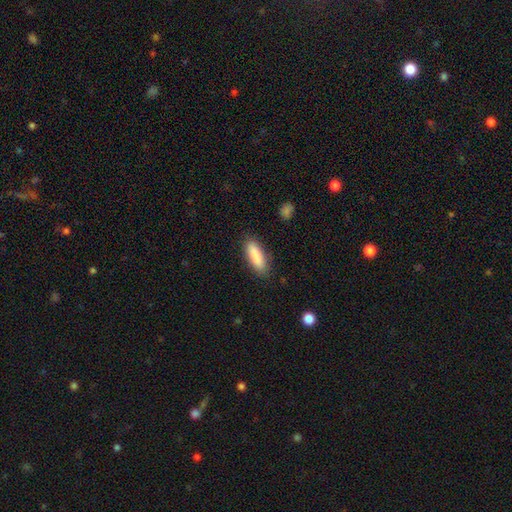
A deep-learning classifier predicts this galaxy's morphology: Overall: smooth (87%). How rounded: in between (55%; cigar-shaped 43%). Merging: none (85%).